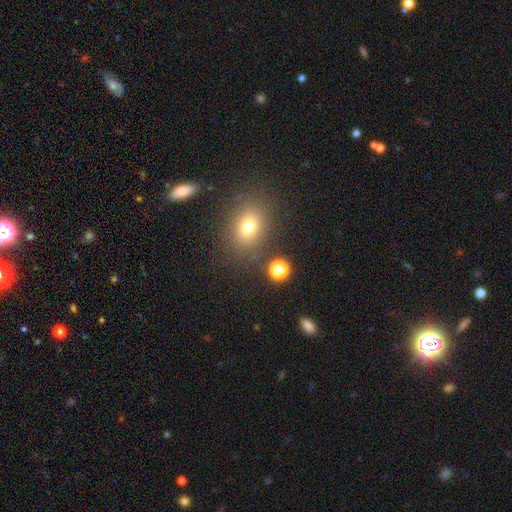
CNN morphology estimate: This appears to be a smooth galaxy with no disk features (62%) that is in between round and cigar-shaped (55%). Merging: none (84%).